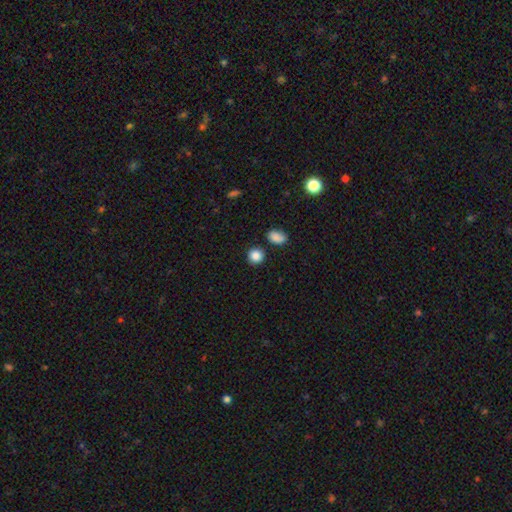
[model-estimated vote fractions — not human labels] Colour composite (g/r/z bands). It shows a smooth galaxy with no disk features (87%) that is round (88%). Merging: none (86%).